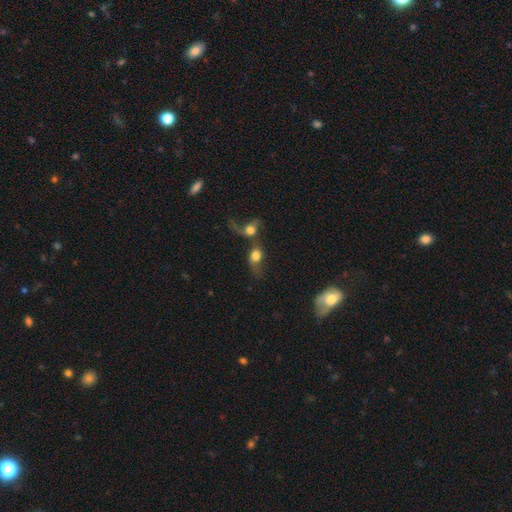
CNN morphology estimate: Smooth or featured?
  - smooth: 64% *
  - featured or disk: 25%
  - star or artifact: 10%
How rounded?
  - in between: 55% *
  - round: 42%
  - cigar-shaped: 3%
Merging?
  - merger: 67% *
  - none: 14%
  - major disturbance: 12%
  - minor disturbance: 7%